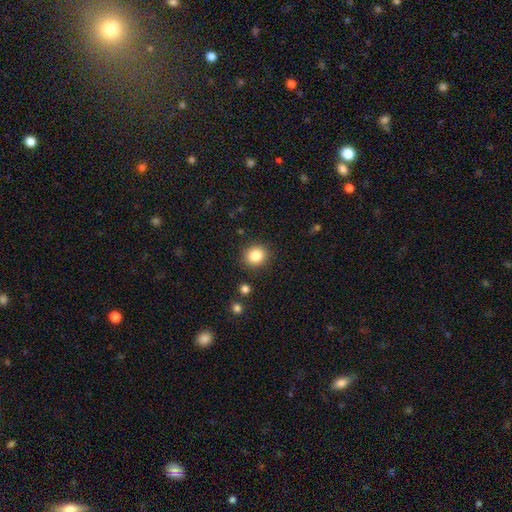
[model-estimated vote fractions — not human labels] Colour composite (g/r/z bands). It shows a smooth galaxy with no disk features (85%) that is round (81%). Merging: none (89%).